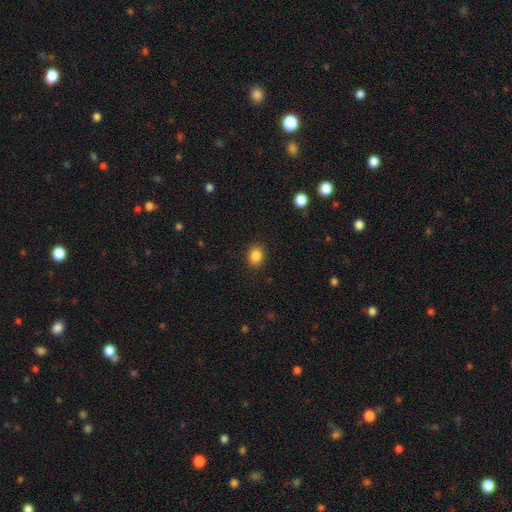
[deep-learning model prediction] The model was most divided on "how rounded": round: 53%, in between: 46%, cigar-shaped: 1%. More confident: merging — none (89%); smooth or featured — smooth (86%).